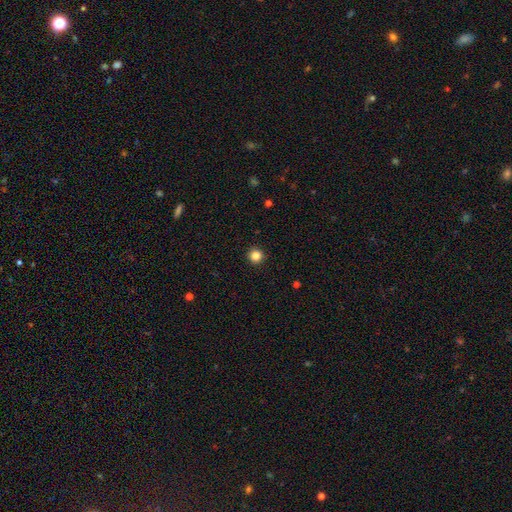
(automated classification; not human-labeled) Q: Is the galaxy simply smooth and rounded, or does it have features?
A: smooth — 85%.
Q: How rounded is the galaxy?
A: round — 96%.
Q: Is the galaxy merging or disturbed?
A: none — 94%.